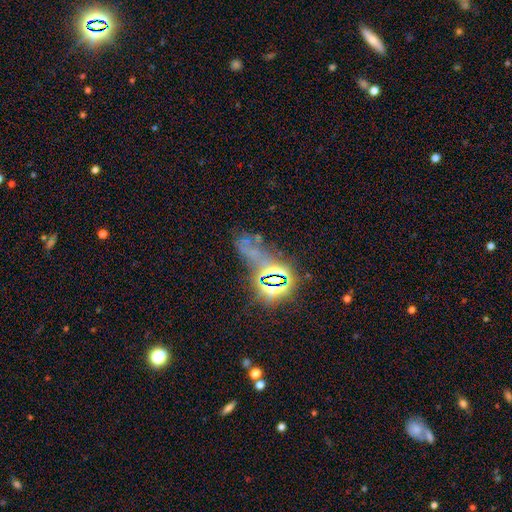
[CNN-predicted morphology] Smooth or featured: star or artifact — 65% (featured or disk — 18%)